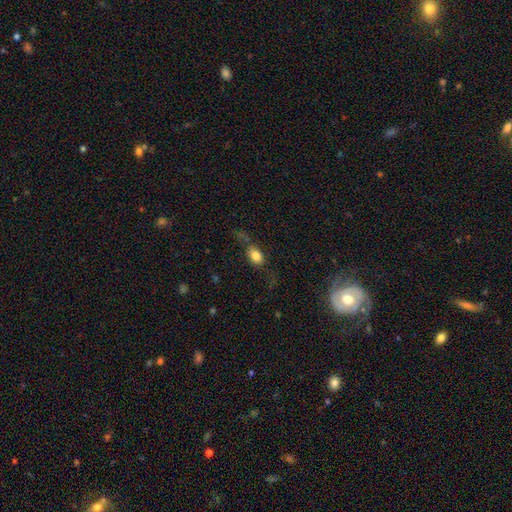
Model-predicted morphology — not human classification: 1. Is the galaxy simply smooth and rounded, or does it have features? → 80% smooth, 11% featured or disk, 10% star or artifact.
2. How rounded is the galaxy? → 79% in between, 17% round, 4% cigar-shaped.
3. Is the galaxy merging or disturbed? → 56% none, 22% minor disturbance, 18% major disturbance, 5% merger.